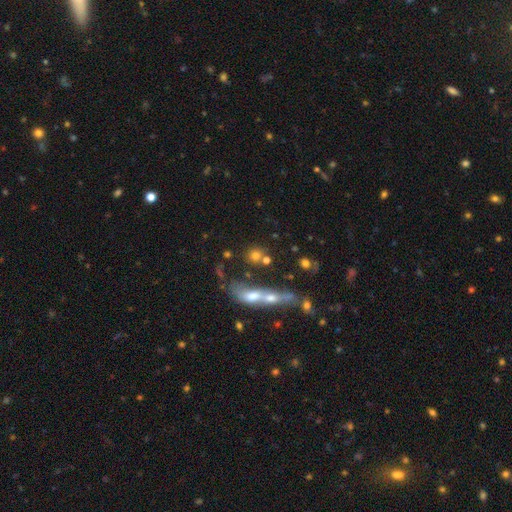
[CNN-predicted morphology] type=smooth (68%); roundness=round (70%); merging=none (48%).